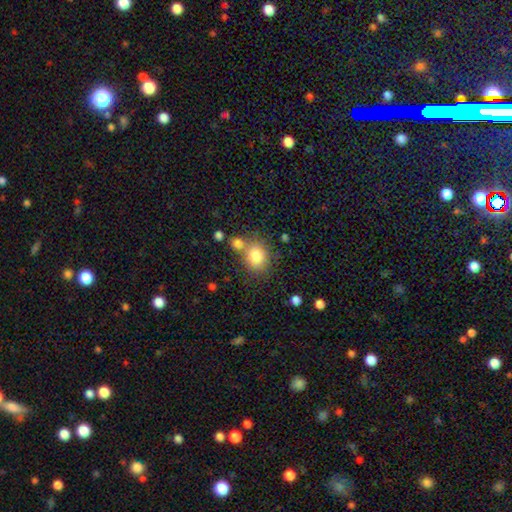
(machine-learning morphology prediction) A smooth galaxy with no disk features (81%) that is round (65%).

Vote fractions:
- Smooth or featured? smooth: 81% / star or artifact: 10% / featured or disk: 9%
- How rounded? round: 65% / in between: 34% / cigar-shaped: 1%
- Merging? none: 57% / merger: 24% / minor disturbance: 13% / major disturbance: 5%